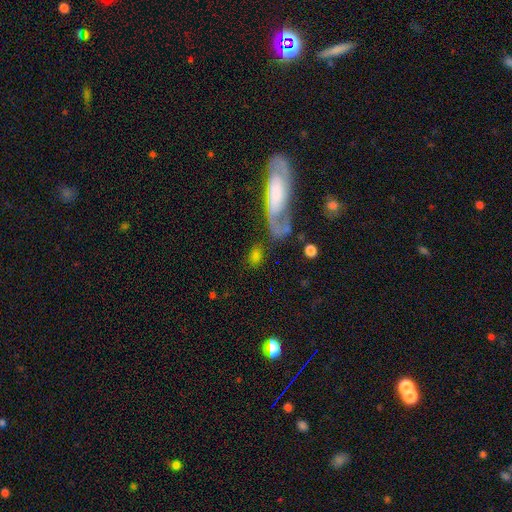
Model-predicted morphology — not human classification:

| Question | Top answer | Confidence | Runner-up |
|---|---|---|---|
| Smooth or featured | smooth | 67% | featured or disk (19%) |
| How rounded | in between | 73% | round (20%) |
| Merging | none | 60% | minor disturbance (16%) |